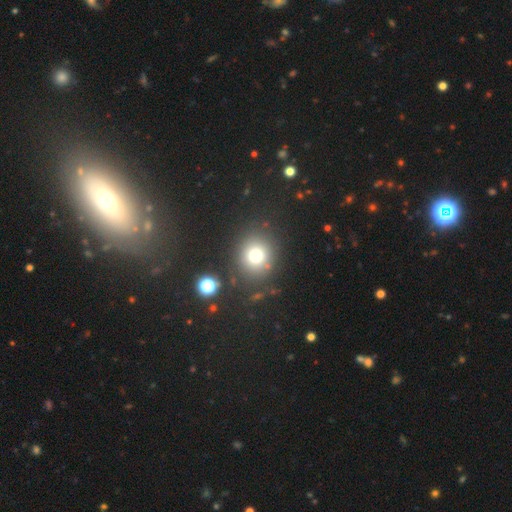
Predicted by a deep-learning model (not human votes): This appears to be a smooth galaxy with no disk features (74%) that is round (83%). Merging: none (83%).